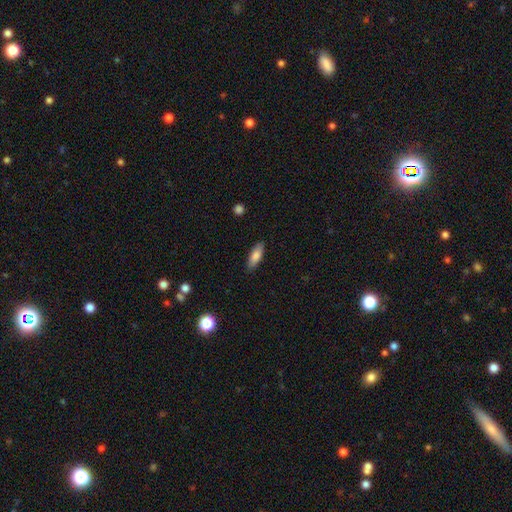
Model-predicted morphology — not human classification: Smooth or featured?
  - smooth: 80% *
  - featured or disk: 14%
  - star or artifact: 7%
How rounded?
  - in between: 65% *
  - cigar-shaped: 33%
  - round: 2%
Merging?
  - none: 87% *
  - minor disturbance: 10%
  - major disturbance: 2%
  - merger: 1%